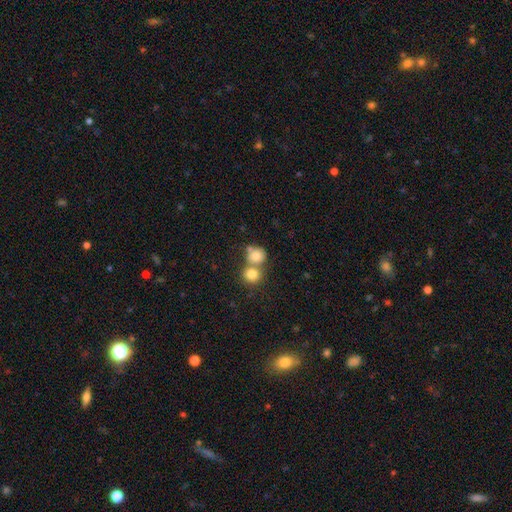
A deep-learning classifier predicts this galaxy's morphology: This is clearly a smooth galaxy (80%). How rounded: clearly round (81%). Merging: possibly merger (51%).